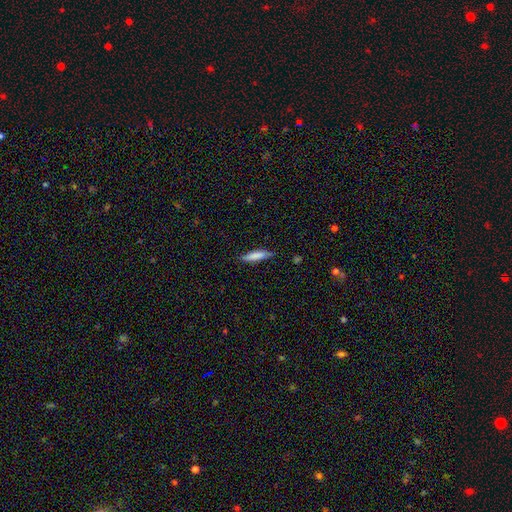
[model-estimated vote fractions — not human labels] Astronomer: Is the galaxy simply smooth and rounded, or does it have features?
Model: smooth — 77%.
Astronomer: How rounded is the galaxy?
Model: cigar-shaped — 83%.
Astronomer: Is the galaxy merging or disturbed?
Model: none — 83%.